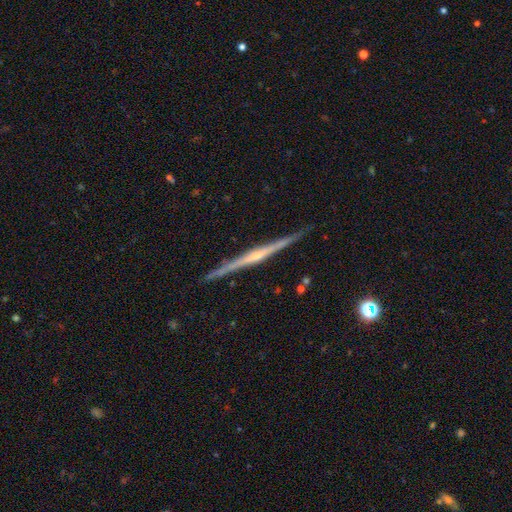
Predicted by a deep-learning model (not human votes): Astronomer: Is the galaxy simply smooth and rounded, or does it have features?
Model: featured or disk — 83%.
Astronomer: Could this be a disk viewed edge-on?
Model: yes — 98%.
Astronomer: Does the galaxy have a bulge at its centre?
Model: rounded — 65%.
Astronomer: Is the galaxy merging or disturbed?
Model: none — 90%.